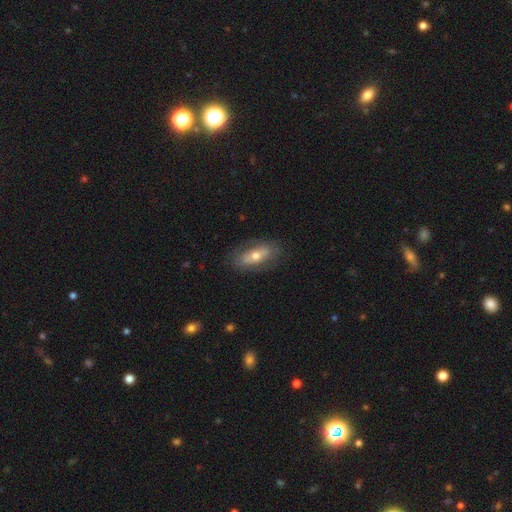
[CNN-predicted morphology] Smooth or featured?
  - featured or disk: 50% *
  - smooth: 44%
  - star or artifact: 6%
Edge-on disk?
  - no: 81% *
  - yes: 19%
Merging?
  - none: 78% *
  - minor disturbance: 15%
  - major disturbance: 6%
  - merger: 1%